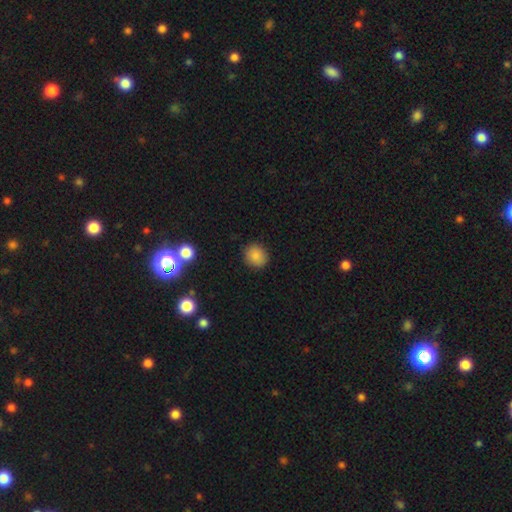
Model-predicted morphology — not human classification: A smooth galaxy with no disk features (85%) that is round (81%). Merging: none (88%).